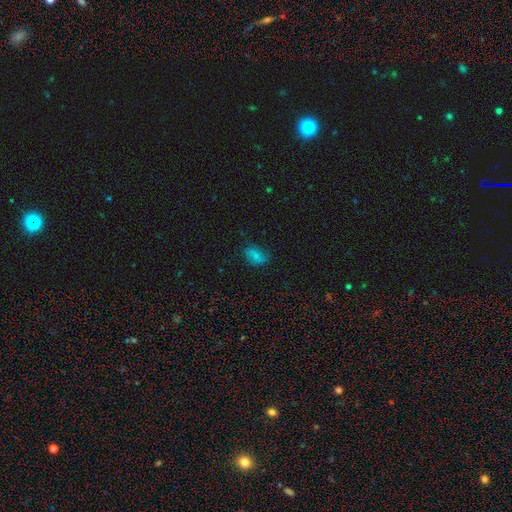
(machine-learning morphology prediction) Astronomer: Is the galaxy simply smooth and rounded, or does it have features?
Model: smooth — 63%.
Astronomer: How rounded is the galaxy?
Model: in between — 84%.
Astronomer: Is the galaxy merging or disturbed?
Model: none — 66%.